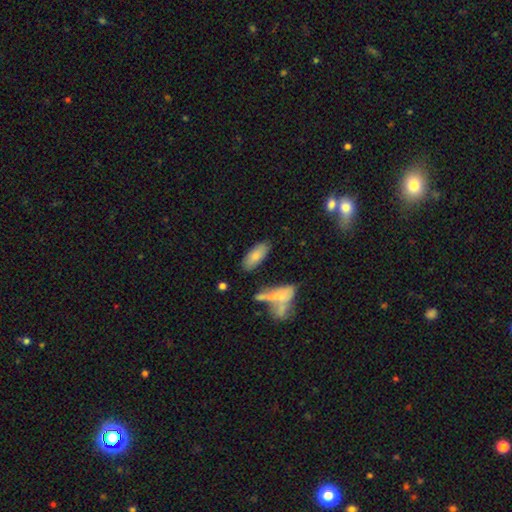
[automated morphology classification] This appears to be a smooth galaxy with no disk features (78%) that is in between round and cigar-shaped (78%). Merging: none (74%).